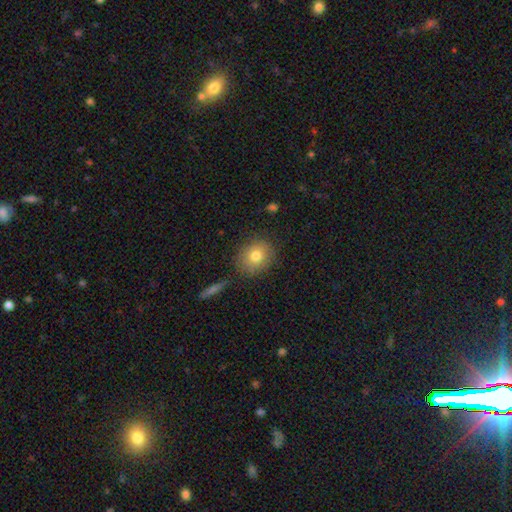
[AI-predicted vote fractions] smooth-or-featured: smooth: 79% | featured or disk: 12% | star or artifact: 9%
  how-rounded: round: 67% | in between: 31% | cigar-shaped: 1%
  merging: none: 83% | minor disturbance: 11% | major disturbance: 3% | merger: 3%